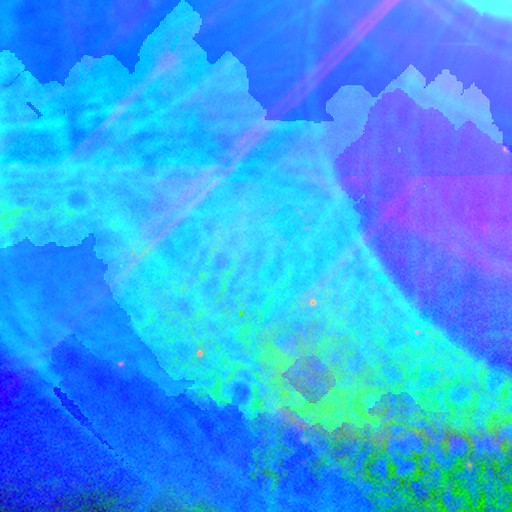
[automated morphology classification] smooth-or-featured: star or artifact: 85% | featured or disk: 8% | smooth: 7%